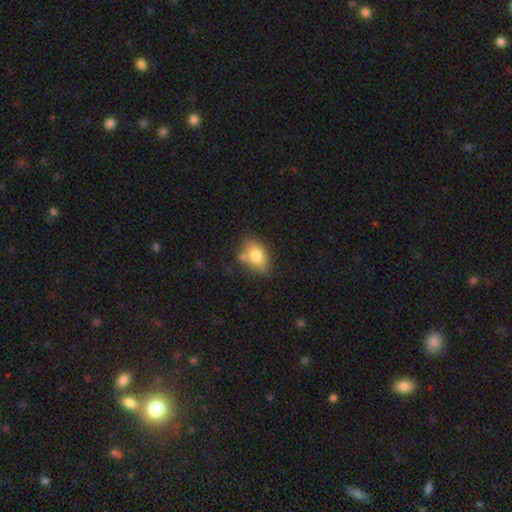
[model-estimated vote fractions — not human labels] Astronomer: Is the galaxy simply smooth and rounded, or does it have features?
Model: smooth — 76%.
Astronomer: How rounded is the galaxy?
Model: in between — 80%.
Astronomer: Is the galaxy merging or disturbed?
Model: none — 55%.